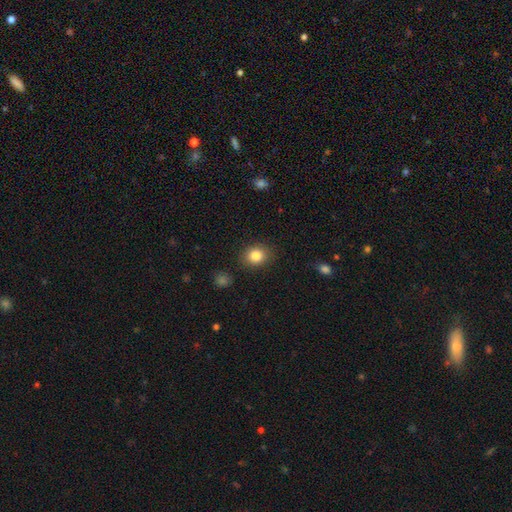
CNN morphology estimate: A smooth galaxy with no disk features (84%) that is round (61%).

Vote fractions:
- Smooth or featured? smooth: 84% / star or artifact: 10% / featured or disk: 6%
- How rounded? round: 61% / in between: 38% / cigar-shaped: 1%
- Merging? none: 86% / minor disturbance: 10% / major disturbance: 3% / merger: 2%